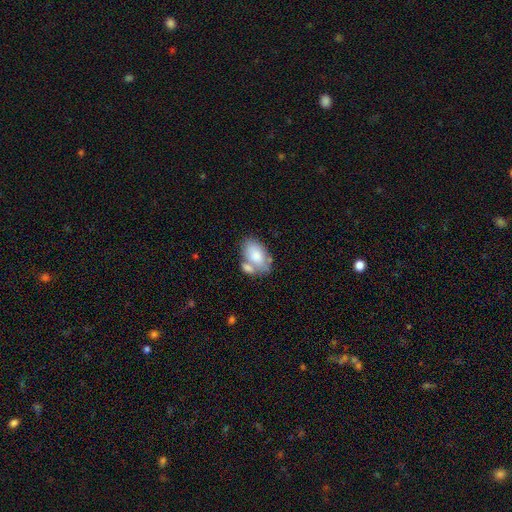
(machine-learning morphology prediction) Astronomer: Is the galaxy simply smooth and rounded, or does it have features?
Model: smooth — 75%.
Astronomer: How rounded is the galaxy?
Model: in between — 91%.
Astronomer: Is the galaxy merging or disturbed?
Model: none — 39% (runner-up: merger, 37%).